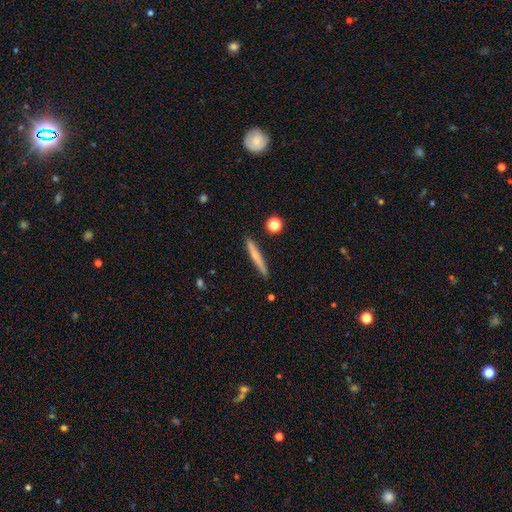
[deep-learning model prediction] smooth 63%, featured or disk 30%, star or artifact 7%. Down the decision tree: how rounded — cigar-shaped (95%); merging — none (89%).